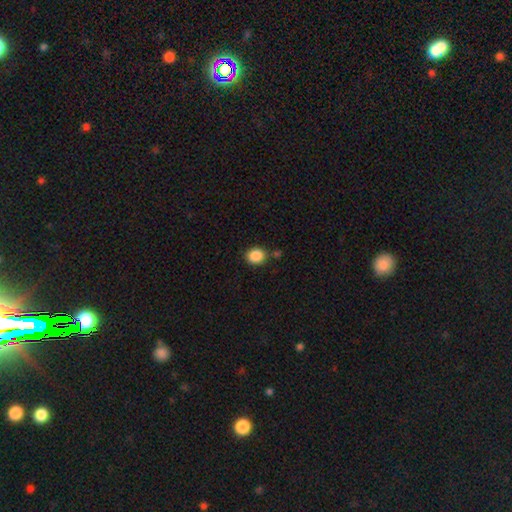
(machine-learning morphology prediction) Smooth or featured? smooth (88%)
How rounded? round (72%)
Merging? none (80%)